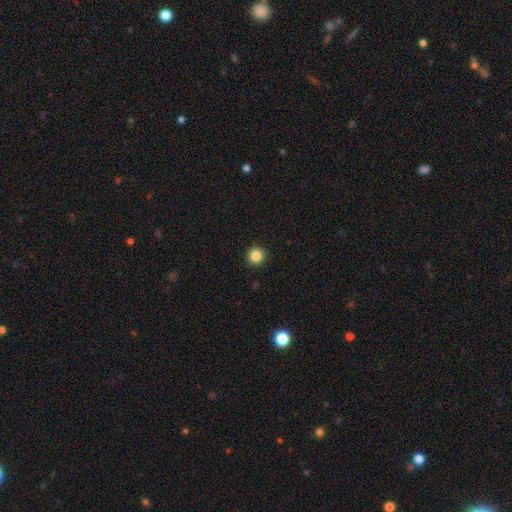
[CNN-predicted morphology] A smooth galaxy with no disk features (85%) that is round (95%). Merging: none (93%).